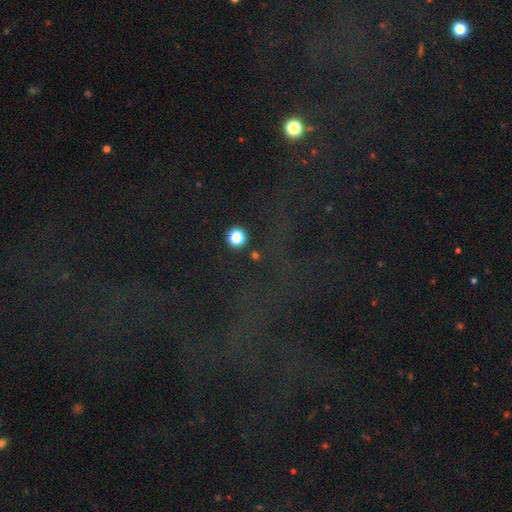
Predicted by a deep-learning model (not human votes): A star or artifact, not a galaxy (50%).

Vote fractions:
- Smooth or featured? star or artifact: 50% / smooth: 43% / featured or disk: 7%